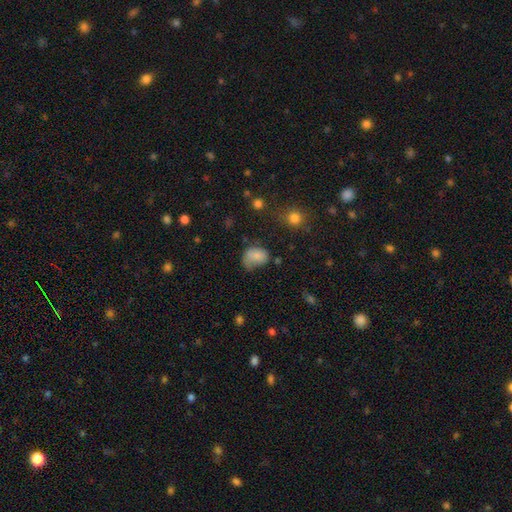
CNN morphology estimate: Smooth or featured? smooth (78%)
How rounded? in between (65%)
Merging? none (38%)